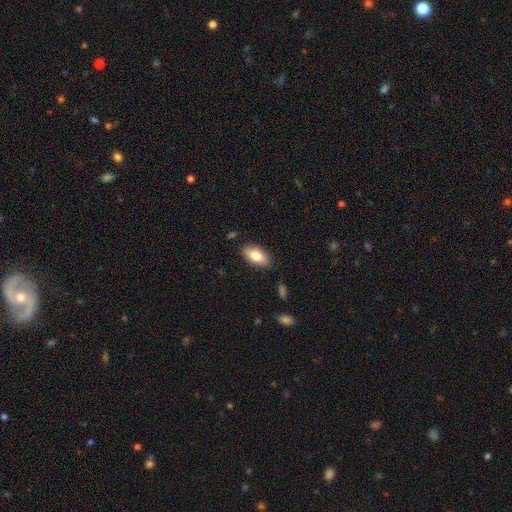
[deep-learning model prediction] A smooth galaxy with no disk features (82%) that is in between round and cigar-shaped (92%).

Vote fractions:
- Smooth or featured? smooth: 82% / featured or disk: 11% / star or artifact: 7%
- How rounded? in between: 92% / cigar-shaped: 5% / round: 3%
- Merging? none: 85% / minor disturbance: 11% / major disturbance: 2% / merger: 1%